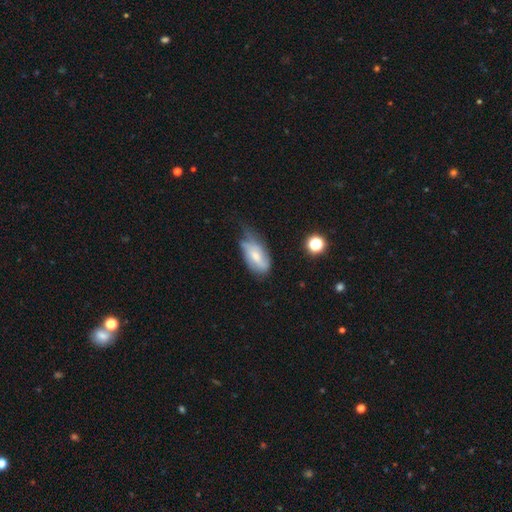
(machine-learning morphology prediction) Smooth or featured?
  - smooth: 50% *
  - featured or disk: 42%
  - star or artifact: 8%
How rounded?
  - in between: 88% *
  - cigar-shaped: 9%
  - round: 4%
Merging?
  - minor disturbance: 42% *
  - none: 32%
  - major disturbance: 23%
  - merger: 3%